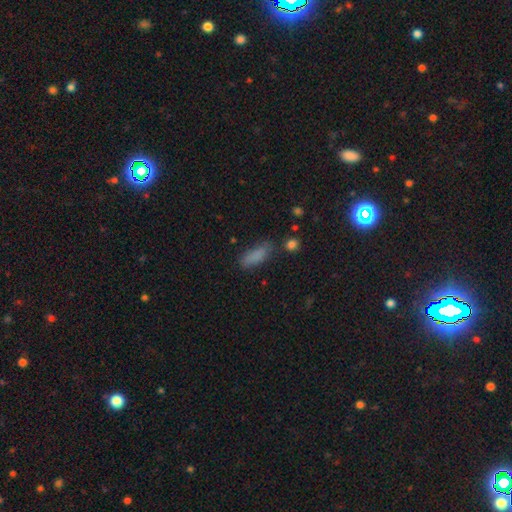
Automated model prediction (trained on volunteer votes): A smooth galaxy with no disk features (83%) that is in between round and cigar-shaped (71%).

Vote fractions:
- Smooth or featured? smooth: 83% / star or artifact: 10% / featured or disk: 7%
- How rounded? in between: 71% / cigar-shaped: 26% / round: 3%
- Merging? none: 65% / minor disturbance: 24% / major disturbance: 7% / merger: 4%